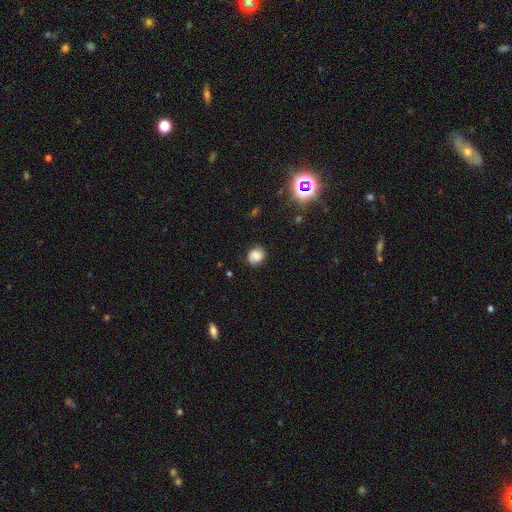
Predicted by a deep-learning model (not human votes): Q: Smooth or featured?
A: smooth (82%); runner-up: star or artifact (12%)
Q: How rounded?
A: round (74%); runner-up: in between (25%)
Q: Merging?
A: none (83%); runner-up: minor disturbance (13%)